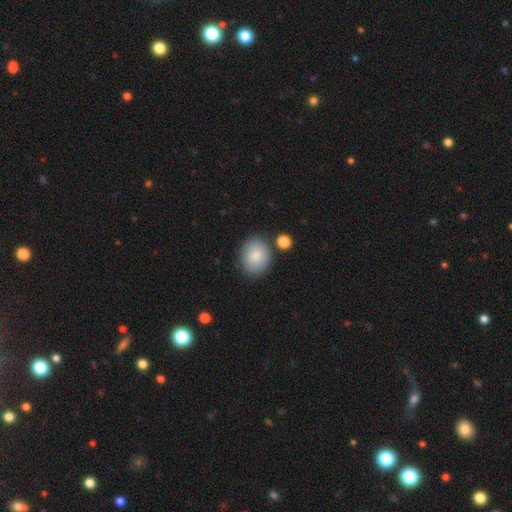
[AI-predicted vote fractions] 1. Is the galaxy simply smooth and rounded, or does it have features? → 86% smooth, 7% featured or disk, 7% star or artifact.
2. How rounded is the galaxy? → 55% round, 44% in between, 1% cigar-shaped.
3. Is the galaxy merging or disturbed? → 80% none, 12% minor disturbance, 6% merger, 3% major disturbance.